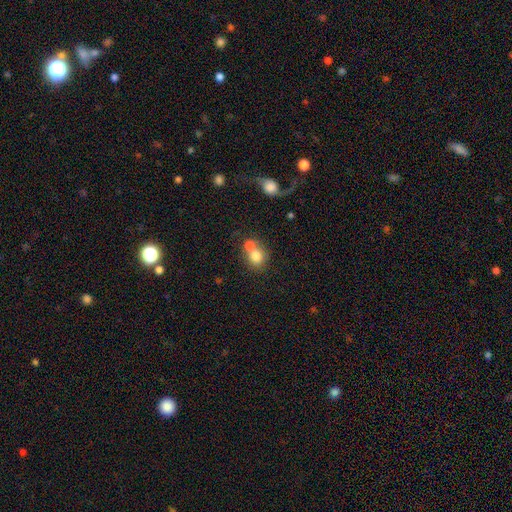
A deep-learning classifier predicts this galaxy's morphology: type=smooth (77%); roundness=round (77%); merging=merger (47%).